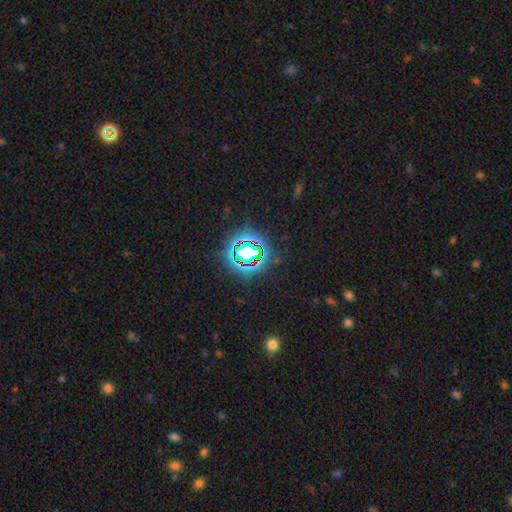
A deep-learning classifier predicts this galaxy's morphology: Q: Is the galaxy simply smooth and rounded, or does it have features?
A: star or artifact — 79%.